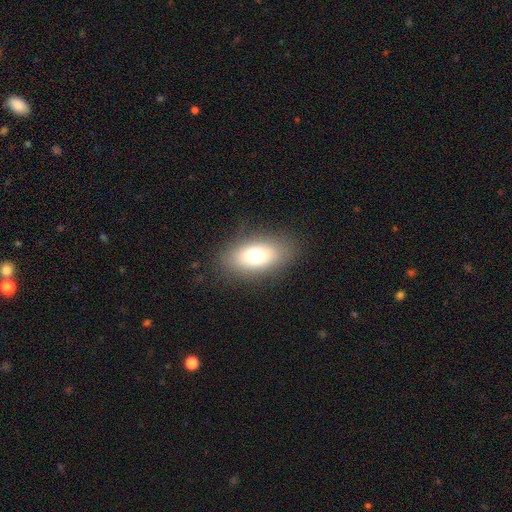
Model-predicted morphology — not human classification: The model was most divided on "smooth or featured": smooth: 72%, featured or disk: 18%, star or artifact: 10%. More confident: how rounded — in between (88%); merging — none (83%).